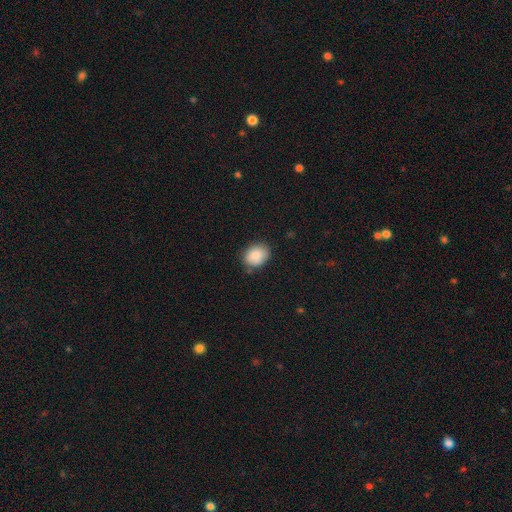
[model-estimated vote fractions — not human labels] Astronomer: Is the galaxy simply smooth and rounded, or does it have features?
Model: smooth — 87%.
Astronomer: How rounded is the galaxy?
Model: in between — 54% (runner-up: round, 45%).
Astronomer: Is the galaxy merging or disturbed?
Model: none — 77%.